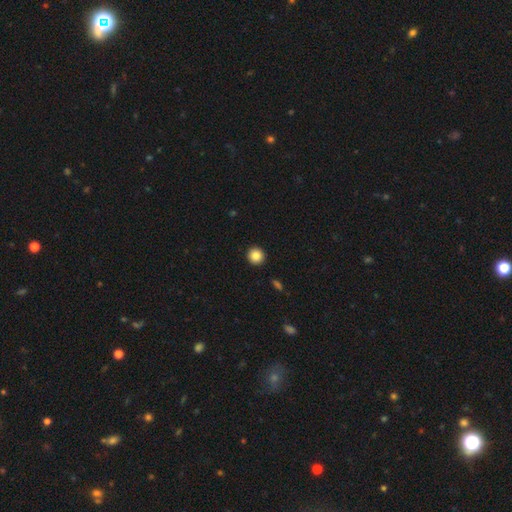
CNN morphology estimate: Overall: smooth (86%). How rounded: round (95%). Merging: none (93%).